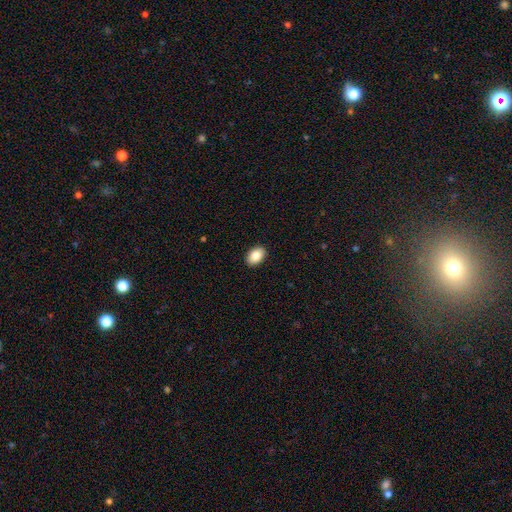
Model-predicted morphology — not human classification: A smooth galaxy with no disk features (86%) that is in between round and cigar-shaped (88%).

Vote fractions:
- Smooth or featured? smooth: 86% / star or artifact: 7% / featured or disk: 7%
- How rounded? in between: 88% / round: 11% / cigar-shaped: 1%
- Merging? none: 91% / minor disturbance: 7% / major disturbance: 2% / merger: 1%